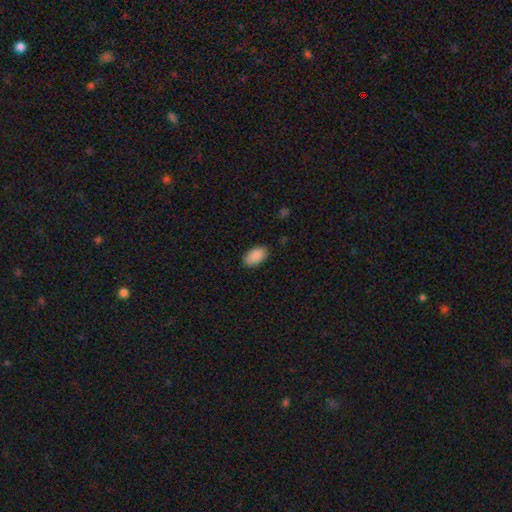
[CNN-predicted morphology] This is clearly a smooth galaxy (90%). How rounded: clearly in between (94%). Merging: clearly none (86%).